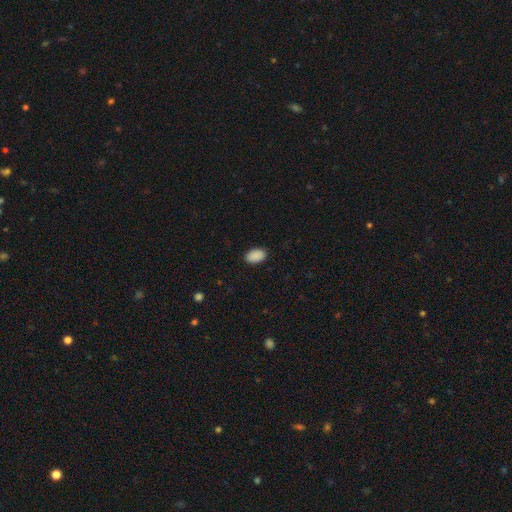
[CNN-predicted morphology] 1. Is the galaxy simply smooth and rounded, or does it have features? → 90% smooth, 7% star or artifact, 3% featured or disk.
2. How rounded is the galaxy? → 91% in between, 7% round, 1% cigar-shaped.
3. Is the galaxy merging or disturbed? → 88% none, 9% minor disturbance, 2% major disturbance, 1% merger.